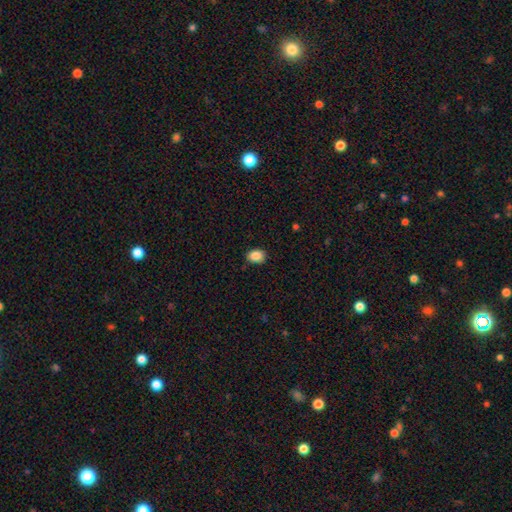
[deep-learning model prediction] smooth_or_featured: smooth (p=0.88) [alt: star or artifact p=0.09]
how_rounded: in between (p=0.60) [alt: round p=0.39]
merging: none (p=0.85) [alt: minor disturbance p=0.11]